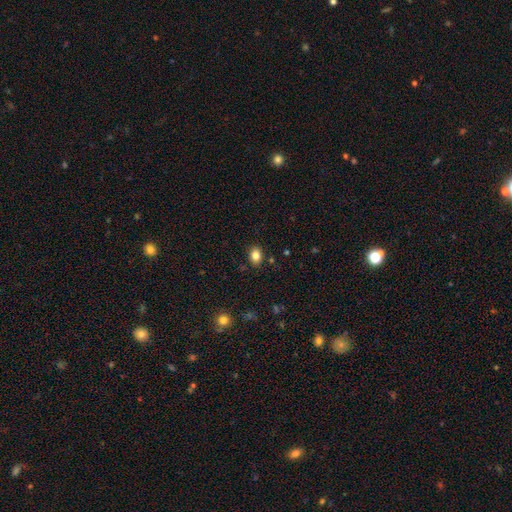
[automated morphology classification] Q: Smooth or featured?
A: smooth (83%); runner-up: star or artifact (10%)
Q: How rounded?
A: in between (67%); runner-up: round (32%)
Q: Merging?
A: none (87%); runner-up: minor disturbance (9%)